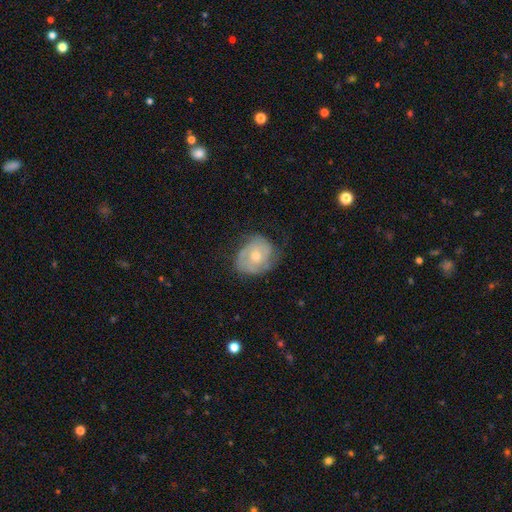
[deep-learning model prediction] This appears to be a featured or disk galaxy (63%) with no bar (80%), spiral arms (77%) and a moderate central bulge (62%). Merging: none (59%).